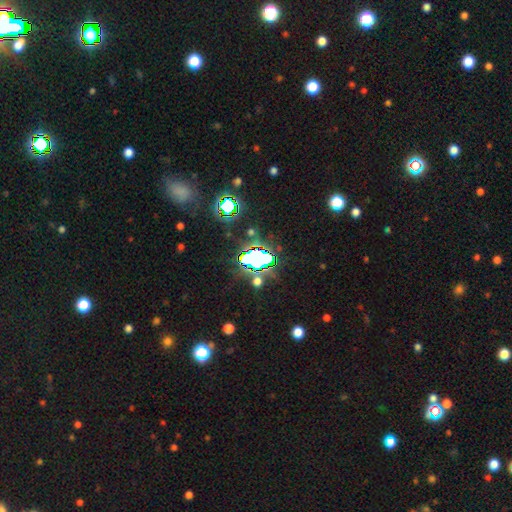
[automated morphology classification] This appears to be a star or artifact, not a galaxy (65%).